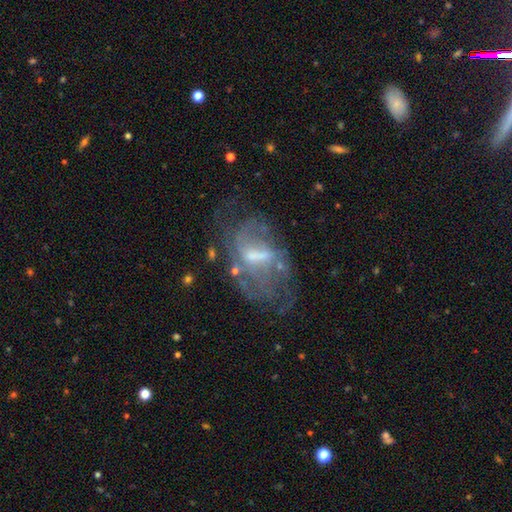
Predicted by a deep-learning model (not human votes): A featured or disk galaxy (74%) with a weak bar (48%), spiral arms (61%) and a moderate central bulge (38%). Merging: none (41%).